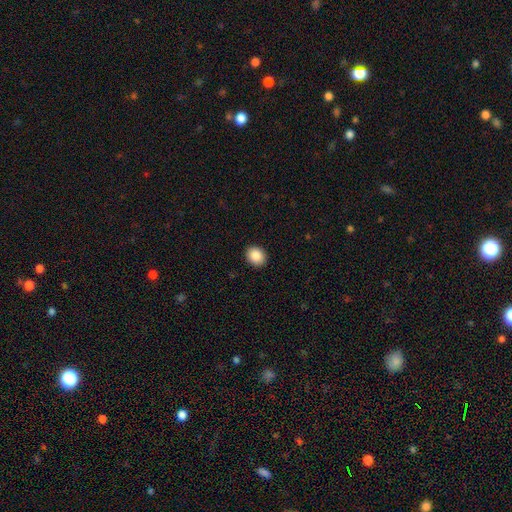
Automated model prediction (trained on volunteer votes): A smooth galaxy with no disk features (88%) that is round (62%). Merging: none (92%).